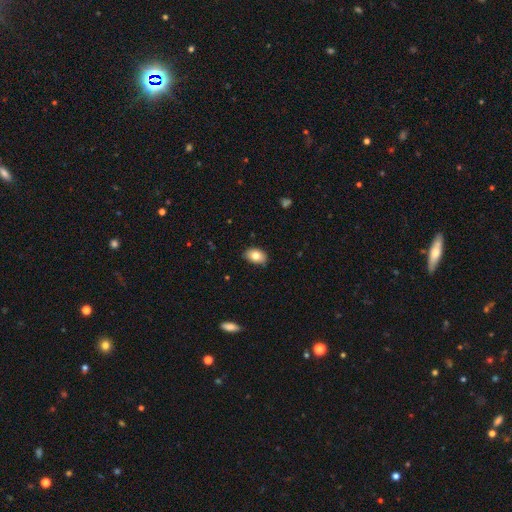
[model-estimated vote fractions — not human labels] Q: Smooth or featured?
A: smooth (80%); runner-up: featured or disk (12%)
Q: How rounded?
A: in between (85%); runner-up: round (13%)
Q: Merging?
A: none (83%); runner-up: minor disturbance (13%)